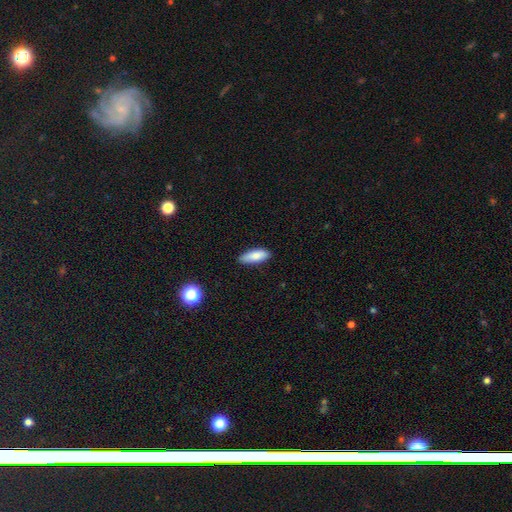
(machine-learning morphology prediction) Smooth or featured? Predicted: smooth (p=0.84). How rounded? Predicted: in between (p=0.71). Merging? Predicted: none (p=0.84).